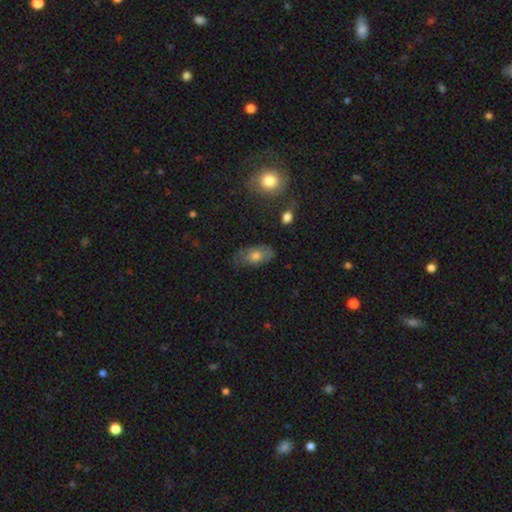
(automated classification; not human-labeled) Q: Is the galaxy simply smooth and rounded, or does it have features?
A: smooth — 59%.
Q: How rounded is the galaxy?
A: in between — 88%.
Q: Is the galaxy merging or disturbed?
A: none — 66%.